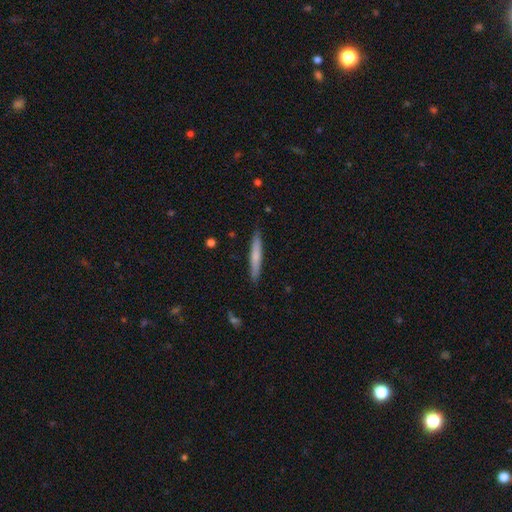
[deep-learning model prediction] Overall: smooth (66%; featured or disk 29%). How rounded: cigar-shaped (95%). Merging: none (89%).